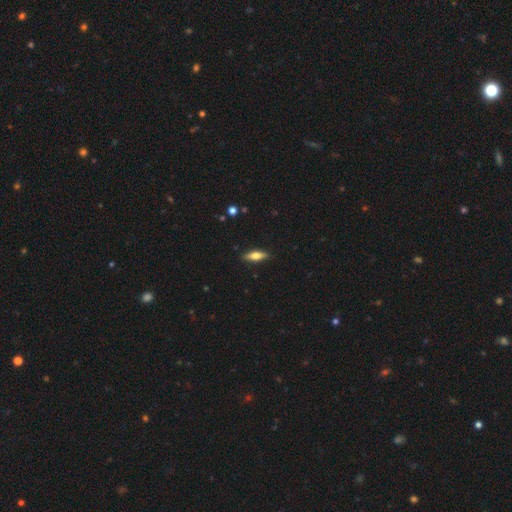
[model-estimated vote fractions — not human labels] Q: Smooth or featured?
A: smooth (63%); runner-up: featured or disk (31%)
Q: How rounded?
A: in between (51%); runner-up: cigar-shaped (47%)
Q: Merging?
A: none (88%); runner-up: minor disturbance (9%)